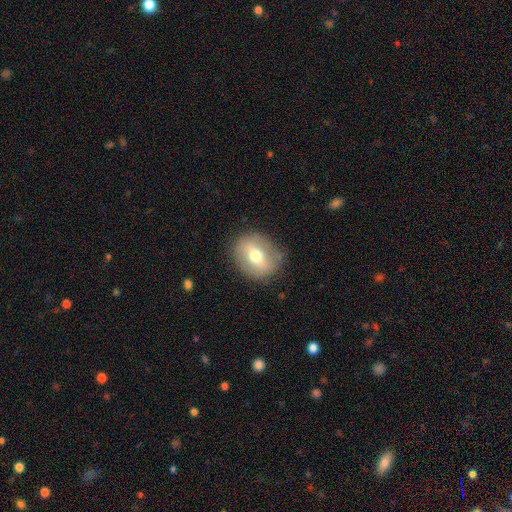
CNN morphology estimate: This is possibly a smooth galaxy (54%). How rounded: likely round (65%). Merging: clearly none (82%).